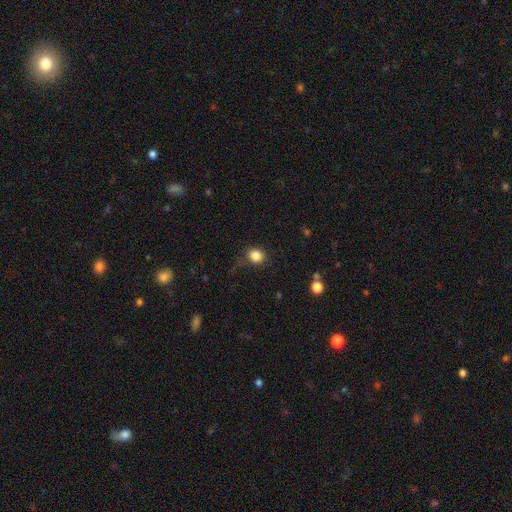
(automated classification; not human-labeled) The model was most divided on "how rounded": round: 78%, in between: 21%, cigar-shaped: 1%. More confident: smooth or featured — smooth (84%); merging — none (77%).